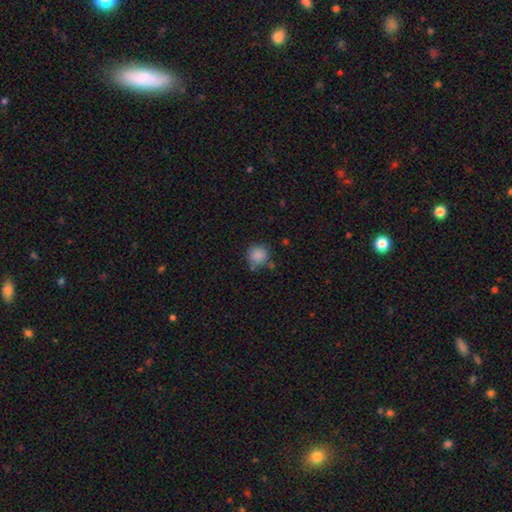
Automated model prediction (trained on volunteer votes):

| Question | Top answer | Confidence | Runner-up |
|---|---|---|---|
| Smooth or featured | smooth | 85% | star or artifact (10%) |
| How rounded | round | 88% | in between (11%) |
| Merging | none | 70% | minor disturbance (18%) |